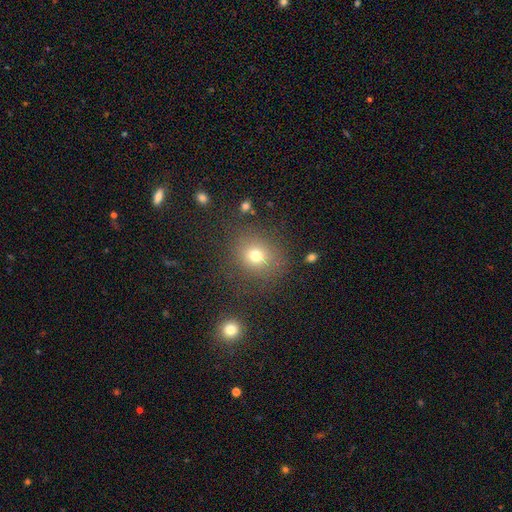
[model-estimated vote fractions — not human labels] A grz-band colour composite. It shows a smooth galaxy with no disk features (73%) that is round (77%). Merging: none (79%).